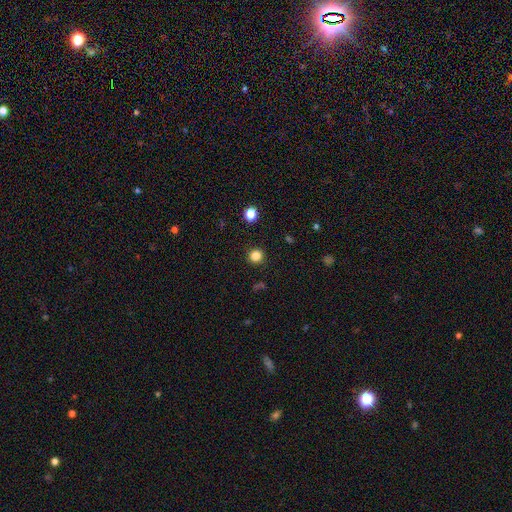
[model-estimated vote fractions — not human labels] smooth 83%, star or artifact 13%, featured or disk 4%. Down the decision tree: how rounded — round (94%); merging — none (92%).